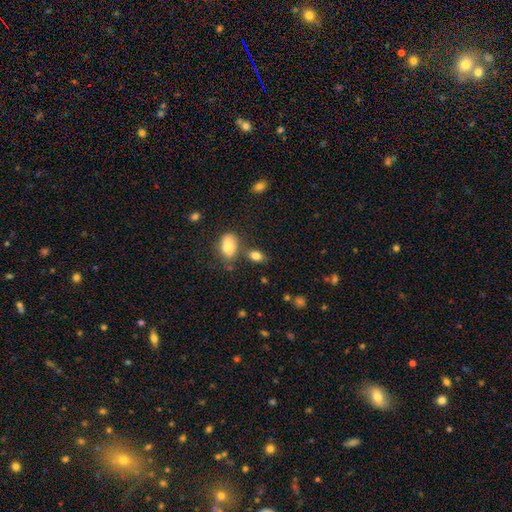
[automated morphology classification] Smooth or featured? Predicted: smooth (p=0.83). How rounded? Predicted: in between (p=0.84). Merging? Predicted: none (p=0.68).